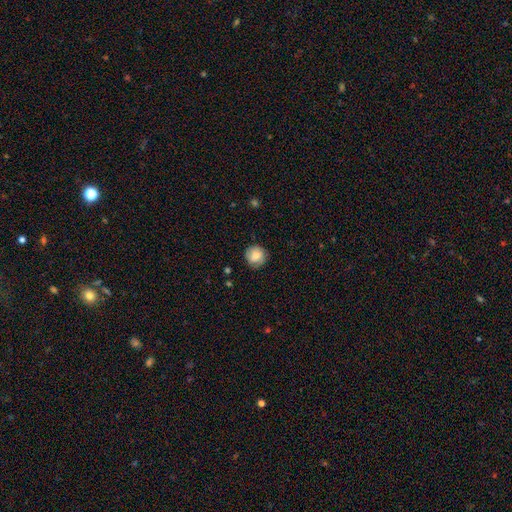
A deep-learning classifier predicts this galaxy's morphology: smooth 73%, featured or disk 19%, star or artifact 8%. Down the decision tree: how rounded — round (93%); merging — none (83%).